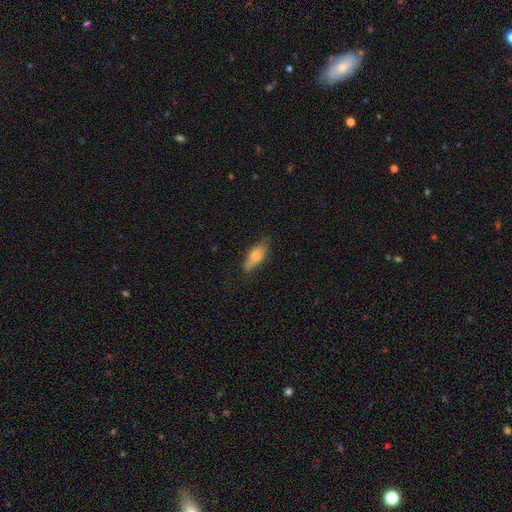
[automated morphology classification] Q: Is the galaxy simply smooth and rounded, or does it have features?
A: smooth — 76%.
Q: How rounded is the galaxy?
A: in between — 76%.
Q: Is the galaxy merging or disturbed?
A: none — 73%.